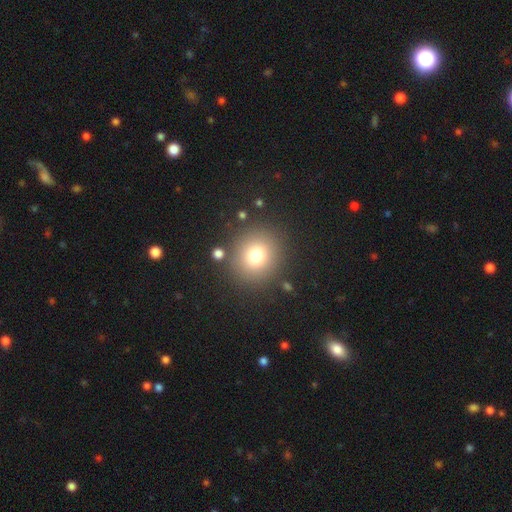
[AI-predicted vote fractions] A smooth galaxy with no disk features (75%) that is round (89%). Merging: none (85%).